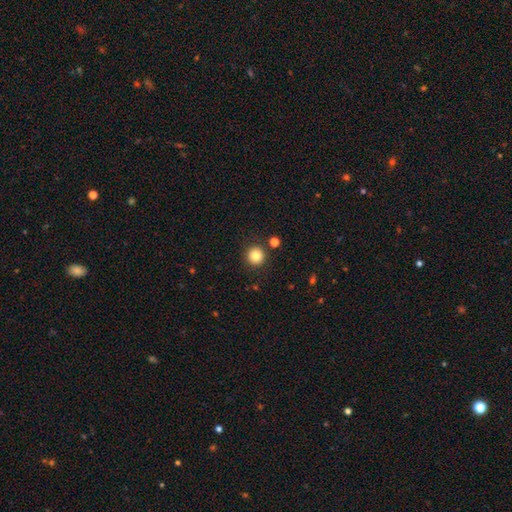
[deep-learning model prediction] Smooth or featured? smooth (83%)
How rounded? round (95%)
Merging? none (90%)